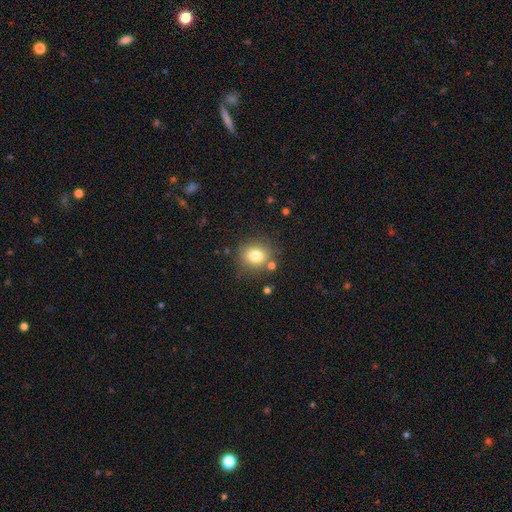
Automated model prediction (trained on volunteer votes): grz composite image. It shows a smooth galaxy with no disk features (78%) that is round (81%). Merging: none (80%).